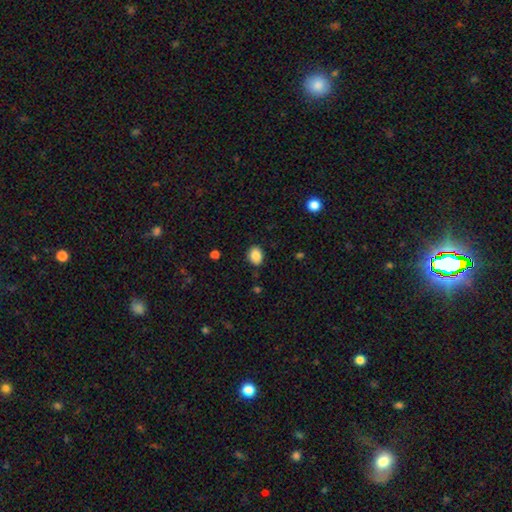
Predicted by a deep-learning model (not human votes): Smooth or featured?
  - smooth: 87% *
  - star or artifact: 9%
  - featured or disk: 4%
How rounded?
  - in between: 59% *
  - round: 40%
  - cigar-shaped: 1%
Merging?
  - none: 83% *
  - minor disturbance: 12%
  - major disturbance: 3%
  - merger: 2%